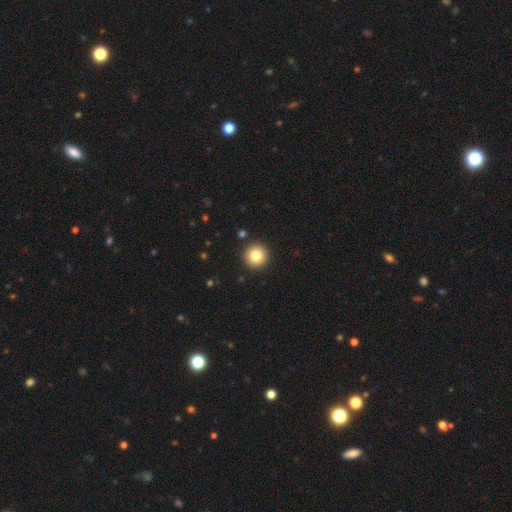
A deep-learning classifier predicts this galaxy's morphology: Smooth or featured: smooth — 81% (star or artifact — 10%)
How rounded: round — 96% (in between — 3%)
Merging: none — 92% (minor disturbance — 5%)